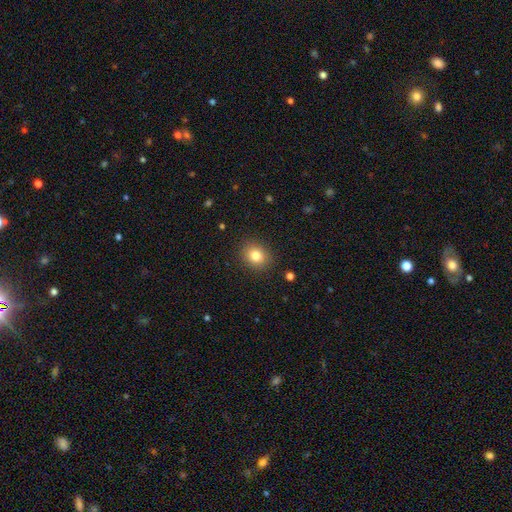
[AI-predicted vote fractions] Smooth or featured?
  - smooth: 81% *
  - star or artifact: 11%
  - featured or disk: 8%
How rounded?
  - round: 67% *
  - in between: 33%
  - cigar-shaped: 1%
Merging?
  - none: 89% *
  - minor disturbance: 8%
  - major disturbance: 2%
  - merger: 1%